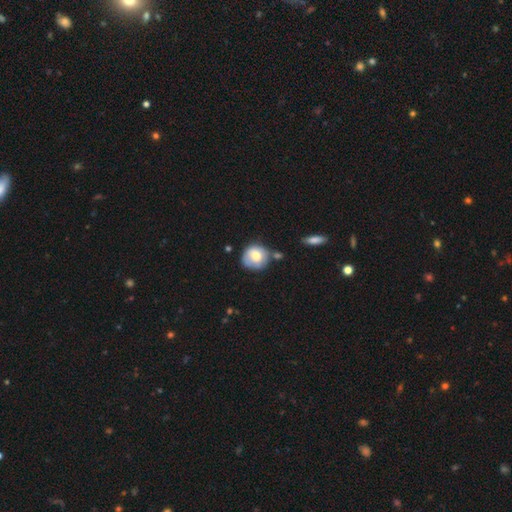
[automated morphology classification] Overall: smooth (67%). How rounded: round (87%). Merging: none (64%).